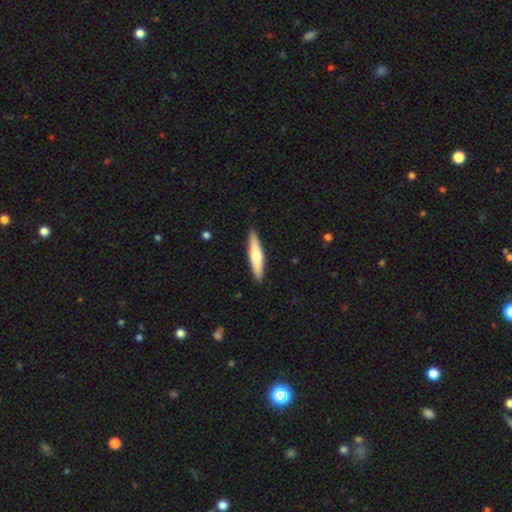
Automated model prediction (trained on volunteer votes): This appears to be a smooth galaxy with no disk features (56%) that is cigar-shaped (83%). Merging: none (91%).